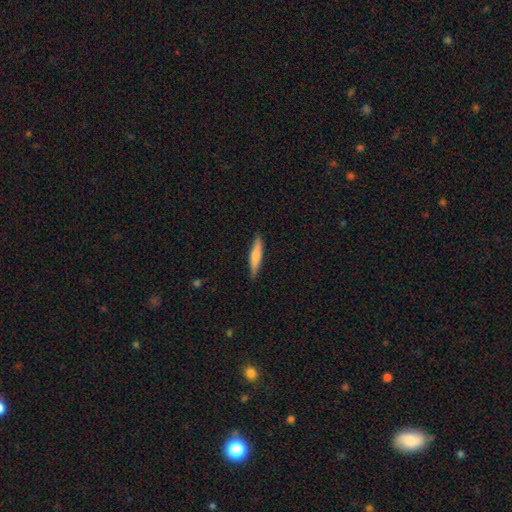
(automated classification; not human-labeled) Morphology: type=smooth (68%); roundness=cigar-shaped (88%); merging=none (89%).